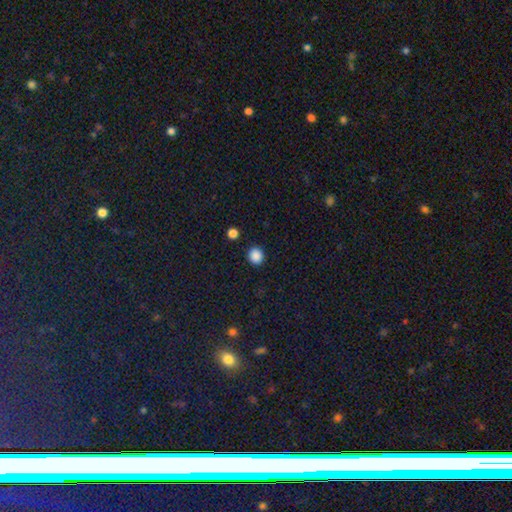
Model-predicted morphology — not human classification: Smooth or featured? smooth (87%)
How rounded? round (84%)
Merging? none (90%)